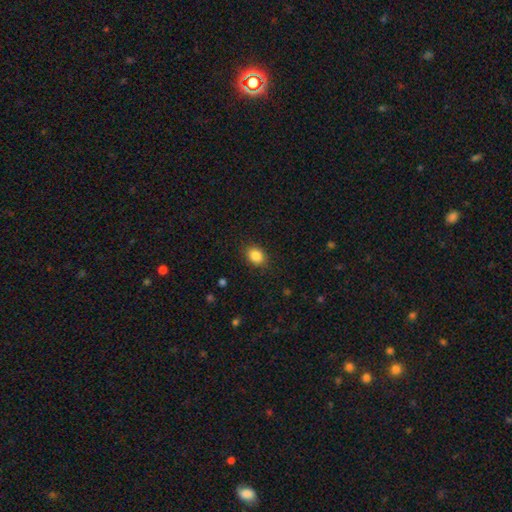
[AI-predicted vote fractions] Smooth or featured: smooth — 86% (star or artifact — 9%)
How rounded: in between — 63% (round — 36%)
Merging: none — 86% (minor disturbance — 10%)